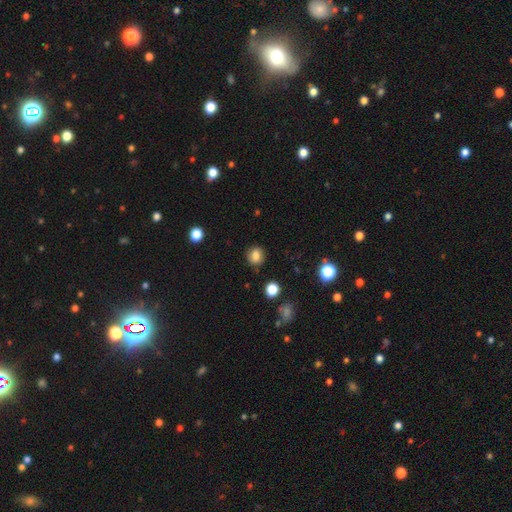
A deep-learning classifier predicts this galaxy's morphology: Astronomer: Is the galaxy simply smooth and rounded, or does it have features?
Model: smooth — 81%.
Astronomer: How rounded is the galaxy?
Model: round — 77%.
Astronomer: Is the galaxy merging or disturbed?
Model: none — 85%.